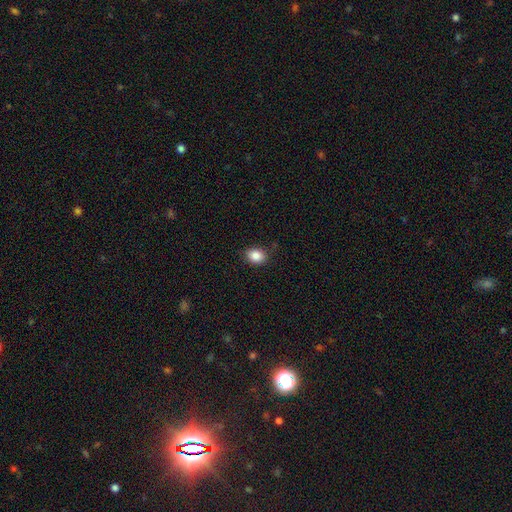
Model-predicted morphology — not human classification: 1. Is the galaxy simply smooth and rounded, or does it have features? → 86% smooth, 9% star or artifact, 4% featured or disk.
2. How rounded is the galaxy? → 56% in between, 43% round, 1% cigar-shaped.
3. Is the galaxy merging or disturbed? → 86% none, 11% minor disturbance, 2% major disturbance, 1% merger.